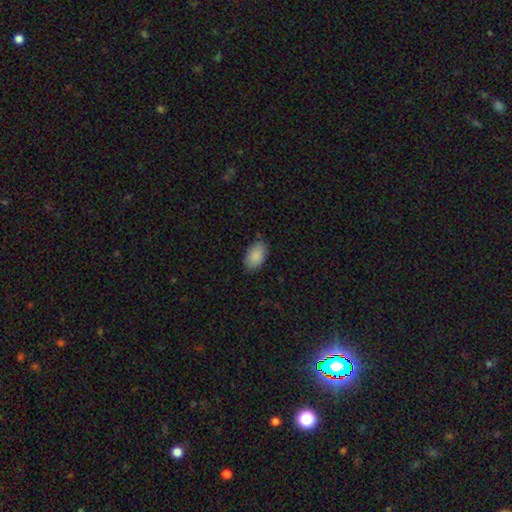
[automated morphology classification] A smooth galaxy with no disk features (89%) that is in between round and cigar-shaped (93%).

Vote fractions:
- Smooth or featured? smooth: 89% / star or artifact: 7% / featured or disk: 5%
- How rounded? in between: 93% / round: 5% / cigar-shaped: 1%
- Merging? none: 82% / minor disturbance: 14% / major disturbance: 3% / merger: 1%